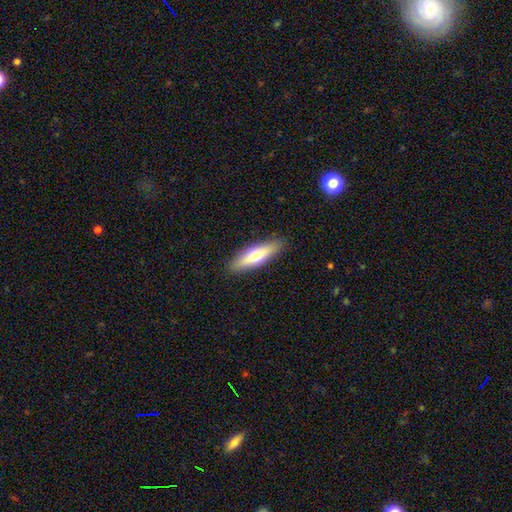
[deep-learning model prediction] Smooth or featured?
  - smooth: 58% *
  - featured or disk: 36%
  - star or artifact: 6%
How rounded?
  - cigar-shaped: 65% *
  - in between: 33%
  - round: 2%
Merging?
  - none: 89% *
  - minor disturbance: 8%
  - major disturbance: 2%
  - merger: 1%